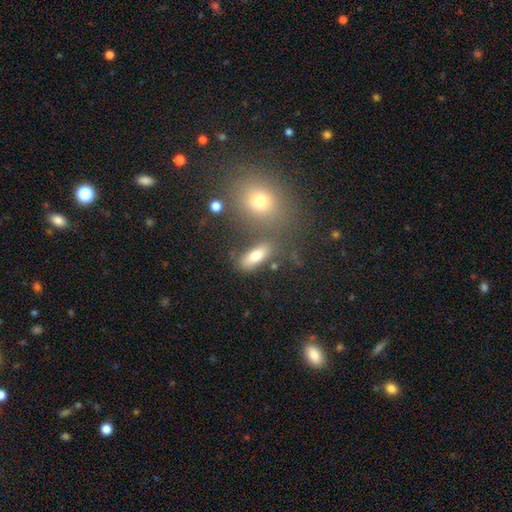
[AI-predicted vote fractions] Morphology: type=smooth (74%); roundness=in between (74%); merging=none (68%).